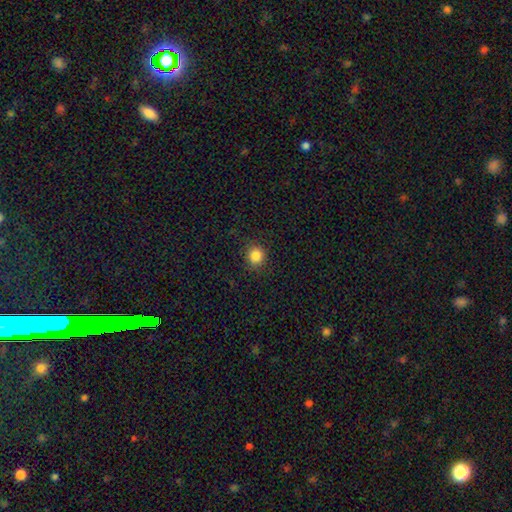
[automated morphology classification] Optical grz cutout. It shows a smooth galaxy with no disk features (85%) that is round (90%). Merging: none (90%).